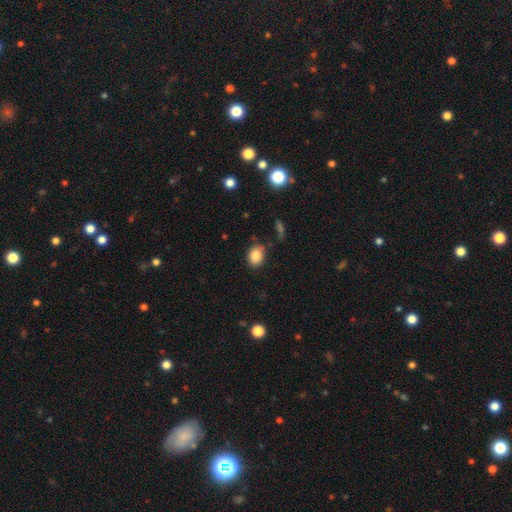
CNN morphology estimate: This is clearly a smooth galaxy (86%). How rounded: likely in between (65%). Merging: likely none (76%).